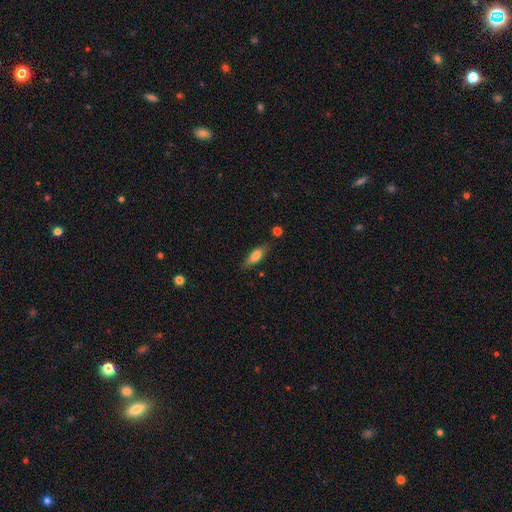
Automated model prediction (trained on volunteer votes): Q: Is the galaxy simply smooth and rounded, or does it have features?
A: smooth — 75%.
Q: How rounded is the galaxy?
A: in between — 64%.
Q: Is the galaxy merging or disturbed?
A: none — 78%.